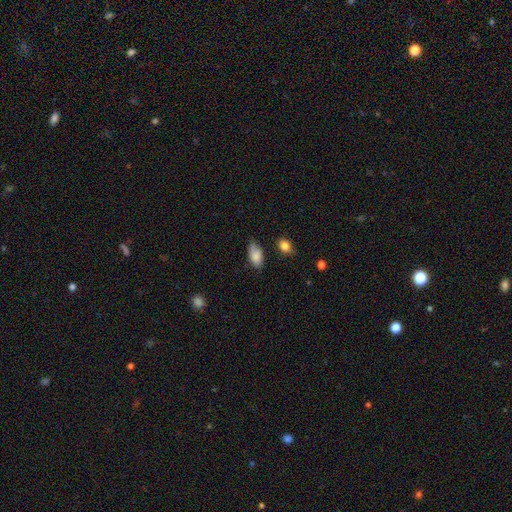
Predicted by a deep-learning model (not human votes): Overall: smooth (83%). How rounded: in between (93%). Merging: none (62%; minor disturbance 29%).